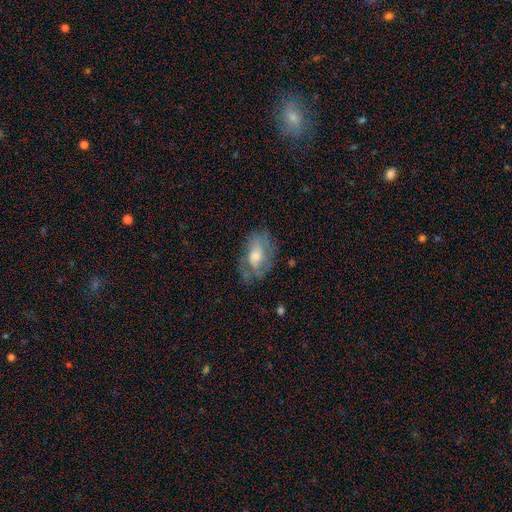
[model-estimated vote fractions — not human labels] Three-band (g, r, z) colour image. It shows a featured or disk galaxy (48%). Merging: none (58%).